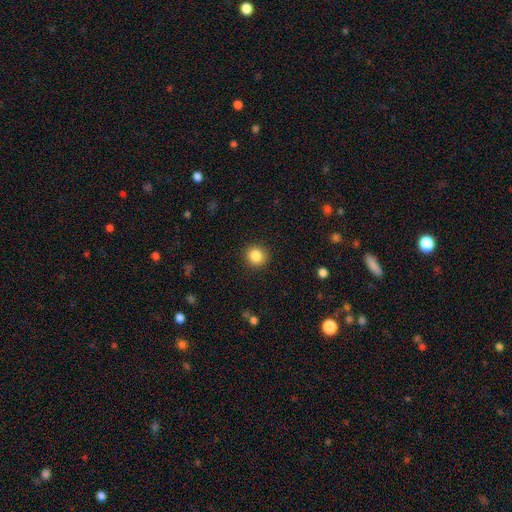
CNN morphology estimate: A smooth galaxy with no disk features (86%) that is round (91%). Merging: none (90%).